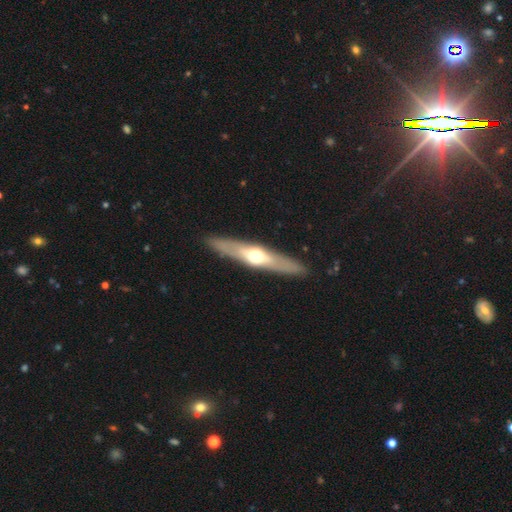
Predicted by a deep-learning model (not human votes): smooth-or-featured: featured or disk: 61% | smooth: 34% | star or artifact: 5%
  disk-edge-on: yes: 87% | no: 13%
    edge-on-bulge: rounded: 92% | none: 5% | boxy: 3%
  merging: none: 89% | minor disturbance: 7% | major disturbance: 2% | merger: 1%